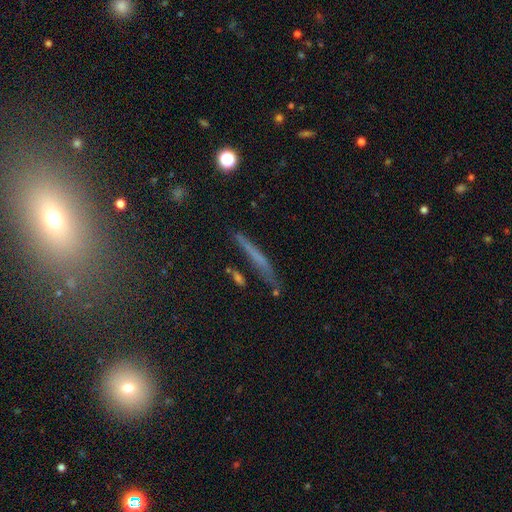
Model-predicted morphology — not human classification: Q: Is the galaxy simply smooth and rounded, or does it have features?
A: smooth — 51%.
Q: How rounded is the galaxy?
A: cigar-shaped — 94%.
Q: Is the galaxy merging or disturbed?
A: none — 80%.